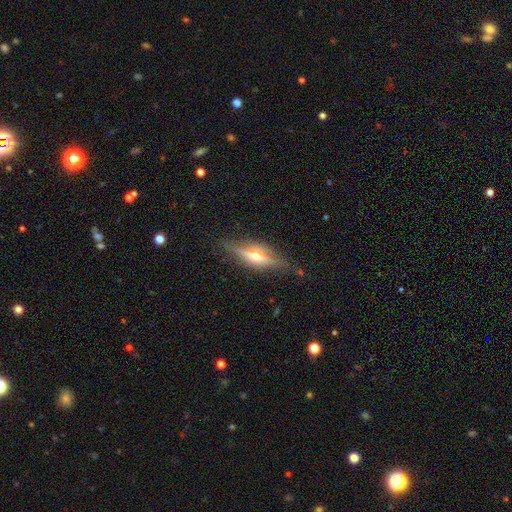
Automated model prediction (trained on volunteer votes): Q: Smooth or featured?
A: featured or disk (73%); runner-up: smooth (19%)
Q: Edge-on disk?
A: yes (94%); runner-up: no (6%)
Q: Edge-on bulge?
A: rounded (89%); runner-up: boxy (7%)
Q: Merging?
A: none (83%); runner-up: minor disturbance (12%)